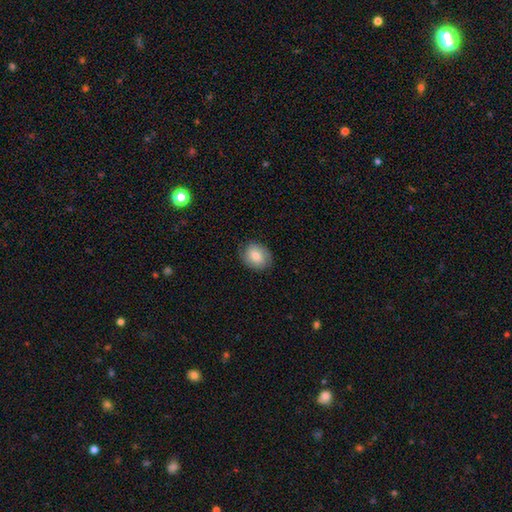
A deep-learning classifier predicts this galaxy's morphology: Smooth or featured: smooth — 79% (featured or disk — 13%)
How rounded: in between — 52% (round — 47%)
Merging: none — 81% (minor disturbance — 15%)